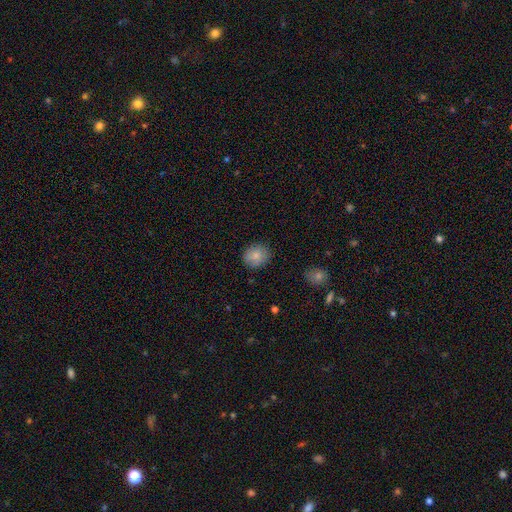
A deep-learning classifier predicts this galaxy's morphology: Smooth or featured?
  - smooth: 83% *
  - featured or disk: 10%
  - star or artifact: 8%
How rounded?
  - round: 71% *
  - in between: 28%
  - cigar-shaped: 1%
Merging?
  - none: 85% *
  - minor disturbance: 12%
  - major disturbance: 3%
  - merger: 1%